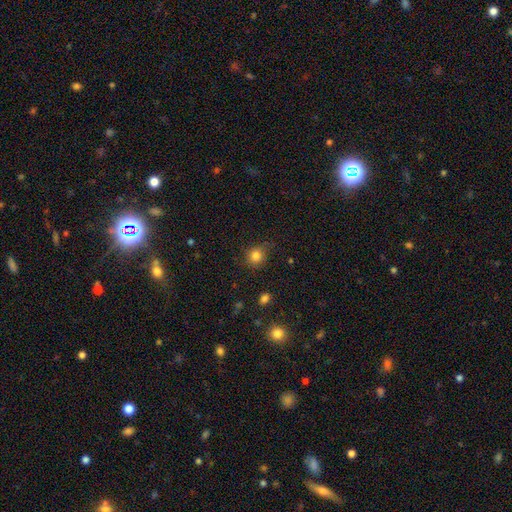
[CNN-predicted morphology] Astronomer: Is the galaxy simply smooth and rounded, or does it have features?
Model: smooth — 82%.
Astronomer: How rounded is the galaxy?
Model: round — 86%.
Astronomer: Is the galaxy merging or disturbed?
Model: none — 79%.